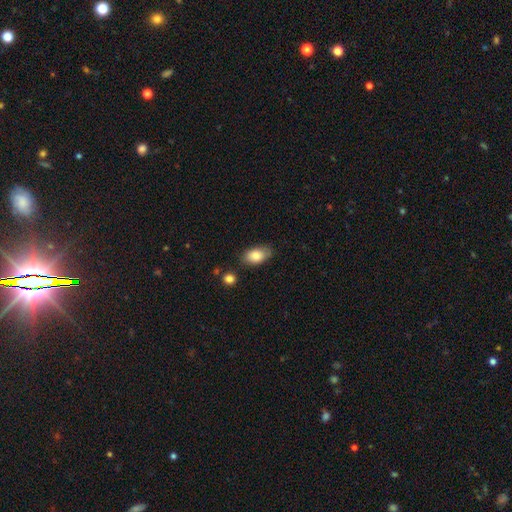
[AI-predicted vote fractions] Smooth or featured: smooth — 84% (featured or disk — 9%)
How rounded: in between — 92% (round — 6%)
Merging: none — 76% (minor disturbance — 18%)